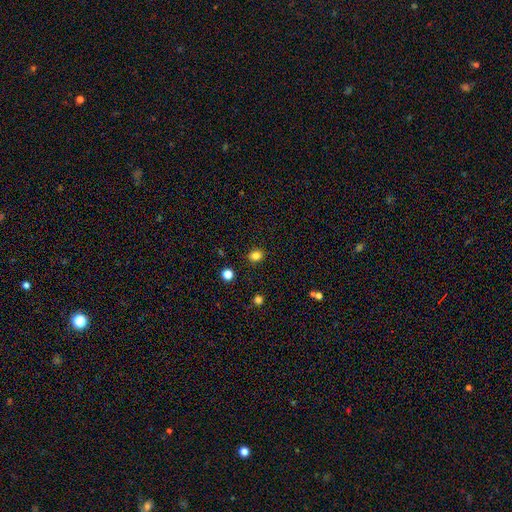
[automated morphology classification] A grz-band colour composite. It shows a smooth galaxy with no disk features (83%) that is round (57%). Merging: none (87%).